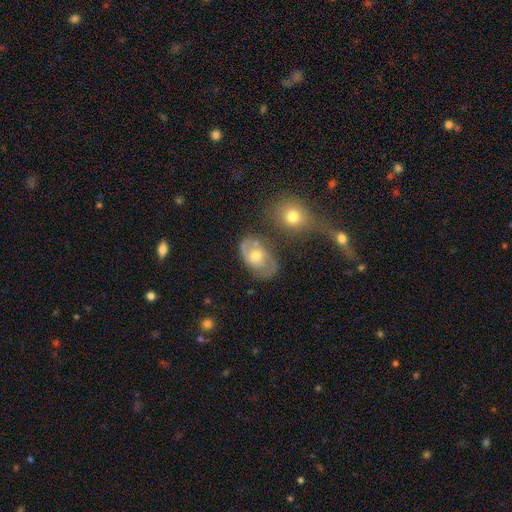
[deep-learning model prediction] Smooth or featured? featured or disk (63%)
Edge-on disk? no (96%)
Bar? no (65%)
Spiral arms? yes (79%)
Bulge size? moderate (67%)
Merging? none (59%)